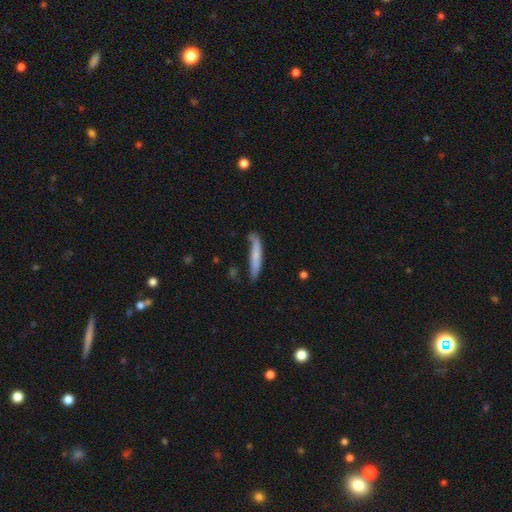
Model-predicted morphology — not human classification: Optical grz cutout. It shows a smooth galaxy with no disk features (67%) that is cigar-shaped (91%). Merging: none (62%).